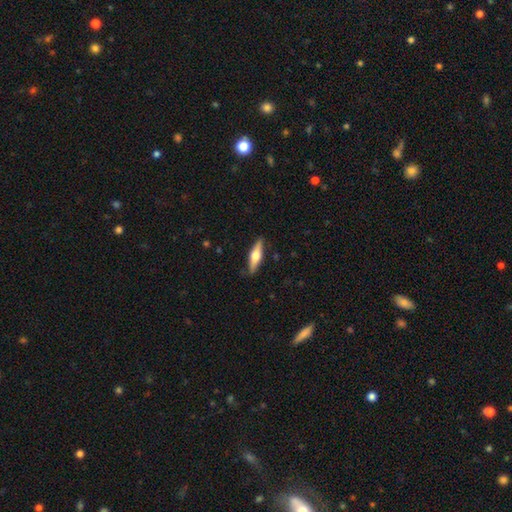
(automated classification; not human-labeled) Smooth or featured? Predicted: featured or disk (p=0.56). Edge-on disk? Predicted: yes (p=0.95). Edge-on bulge? Predicted: rounded (p=0.93). Merging? Predicted: none (p=0.87).